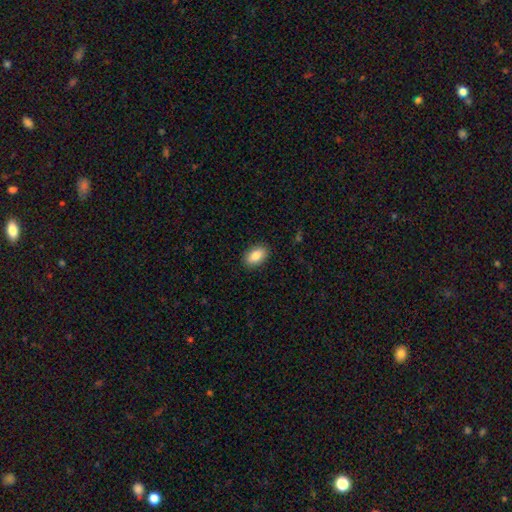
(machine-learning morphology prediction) The model was most divided on "smooth or featured": smooth: 87%, star or artifact: 7%, featured or disk: 6%. More confident: how rounded — in between (92%); merging — none (89%).